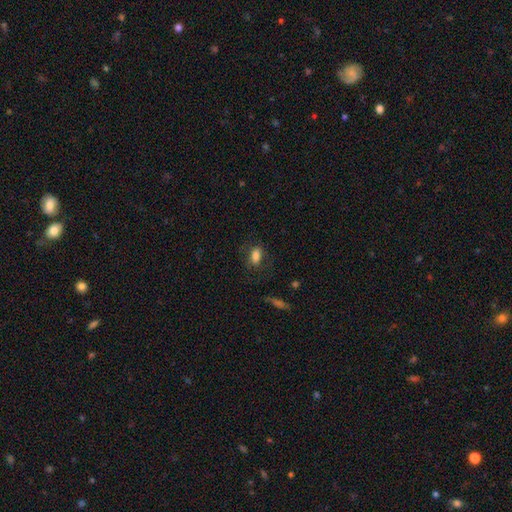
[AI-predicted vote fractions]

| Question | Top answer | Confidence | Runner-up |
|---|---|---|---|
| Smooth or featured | smooth | 80% | star or artifact (10%) |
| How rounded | in between | 83% | round (9%) |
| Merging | none | 73% | minor disturbance (17%) |